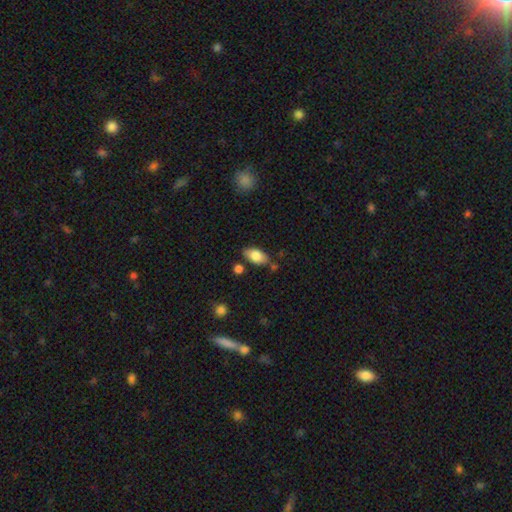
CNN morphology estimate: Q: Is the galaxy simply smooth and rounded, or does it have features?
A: smooth — 80%.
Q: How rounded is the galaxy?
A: in between — 92%.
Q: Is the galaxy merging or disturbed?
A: none — 75%.